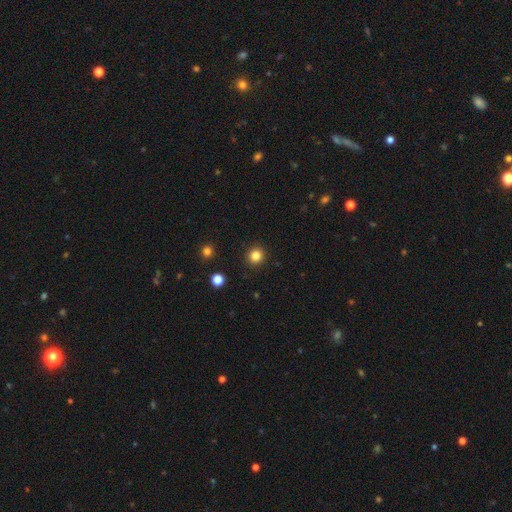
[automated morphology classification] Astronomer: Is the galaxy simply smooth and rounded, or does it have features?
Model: smooth — 84%.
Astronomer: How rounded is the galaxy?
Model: round — 92%.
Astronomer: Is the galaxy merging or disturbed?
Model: none — 92%.